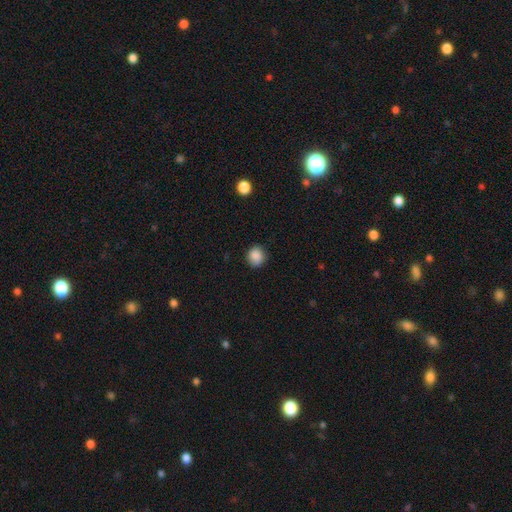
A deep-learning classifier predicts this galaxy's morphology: smooth 87%, star or artifact 9%, featured or disk 3%. Down the decision tree: how rounded — round (84%); merging — none (85%).